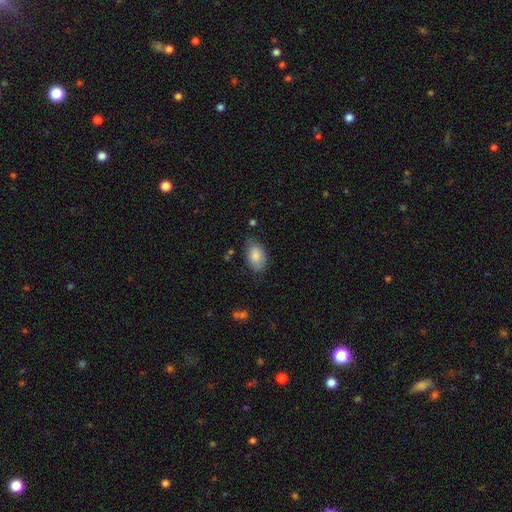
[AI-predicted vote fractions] Smooth or featured? Predicted: smooth (p=0.85). How rounded? Predicted: in between (p=0.90). Merging? Predicted: none (p=0.71).